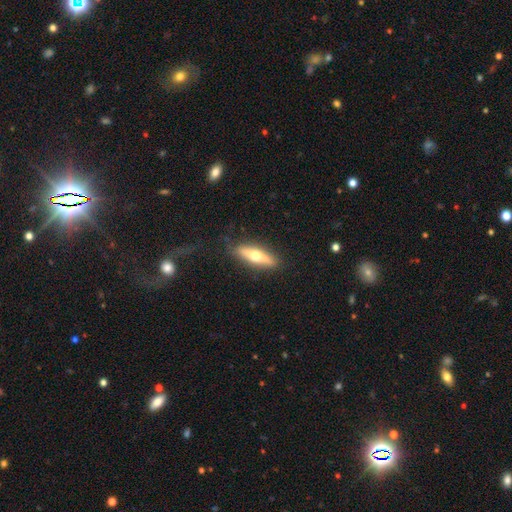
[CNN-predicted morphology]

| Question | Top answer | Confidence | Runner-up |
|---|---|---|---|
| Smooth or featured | featured or disk | 48% | smooth (46%) |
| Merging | none | 85% | minor disturbance (11%) |